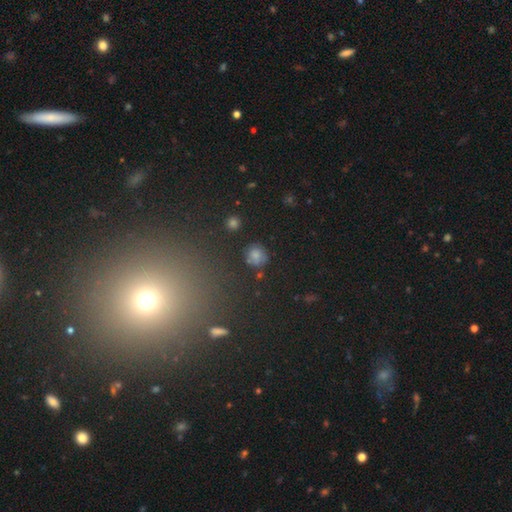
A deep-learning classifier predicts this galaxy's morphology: This appears to be a smooth galaxy with no disk features (72%) that is round (85%). Merging: none (74%).